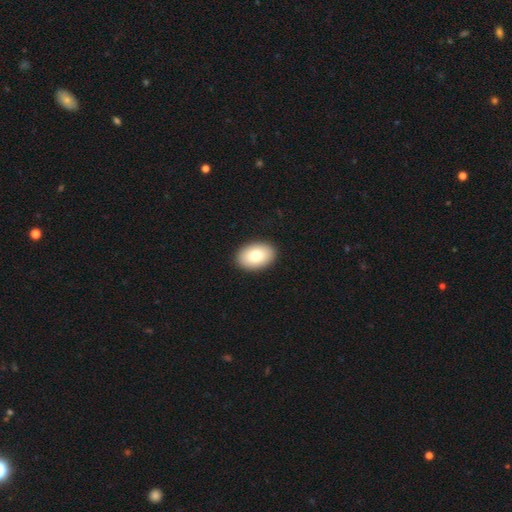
This is clearly a smooth galaxy (82%). How rounded: clearly in between (97%). Merging: clearly none (92%).